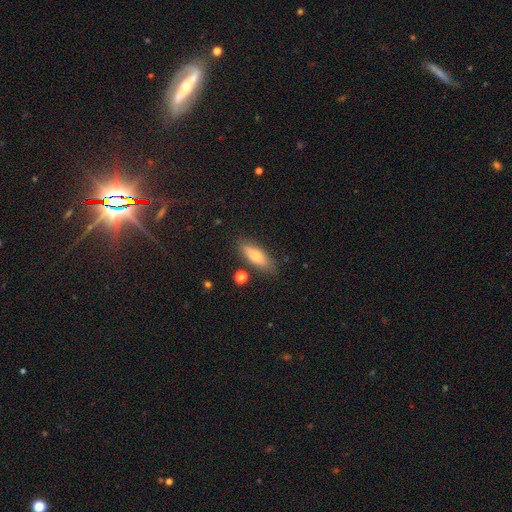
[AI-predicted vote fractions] Morphology: type=smooth (76%); roundness=in between (58%); merging=none (79%).